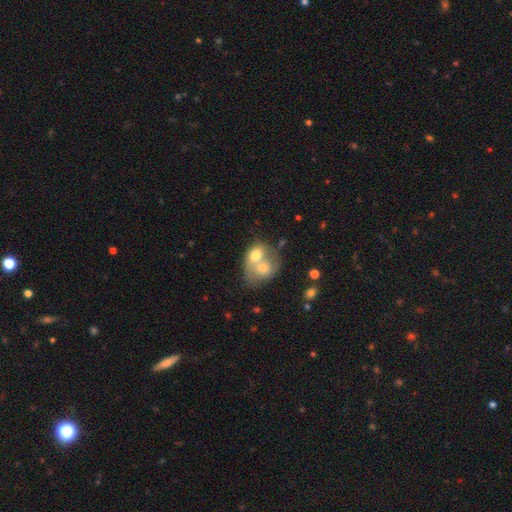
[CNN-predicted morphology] smooth 65%, featured or disk 28%, star or artifact 7%. Down the decision tree: how rounded — in between (60%); merging — merger (77%).